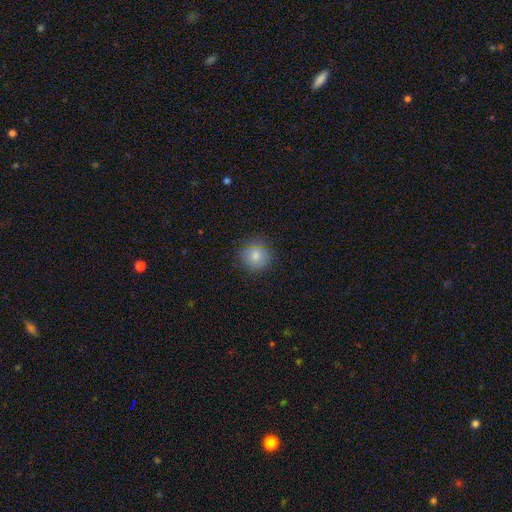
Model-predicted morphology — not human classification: Smooth or featured? Predicted: smooth (p=0.82). How rounded? Predicted: round (p=0.92). Merging? Predicted: none (p=0.87).